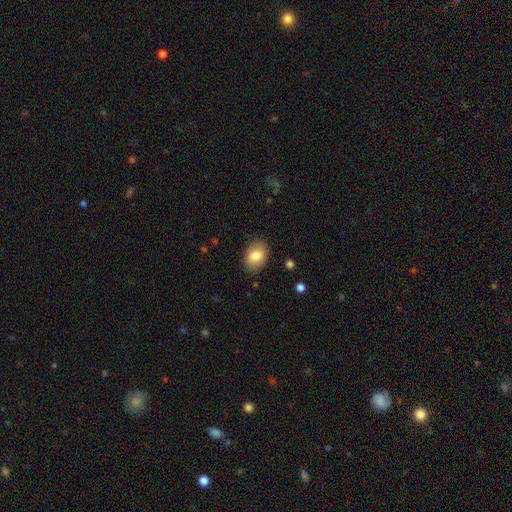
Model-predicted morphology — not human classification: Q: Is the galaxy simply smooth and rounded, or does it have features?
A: smooth — 81%.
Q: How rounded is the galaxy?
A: in between — 76%.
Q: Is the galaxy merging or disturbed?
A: none — 87%.